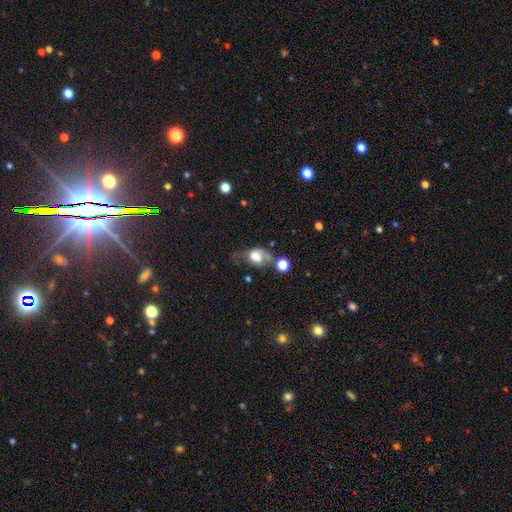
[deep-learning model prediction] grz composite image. It shows a smooth galaxy with no disk features (62%) that is in between round and cigar-shaped (67%). Merging: major disturbance (33%).